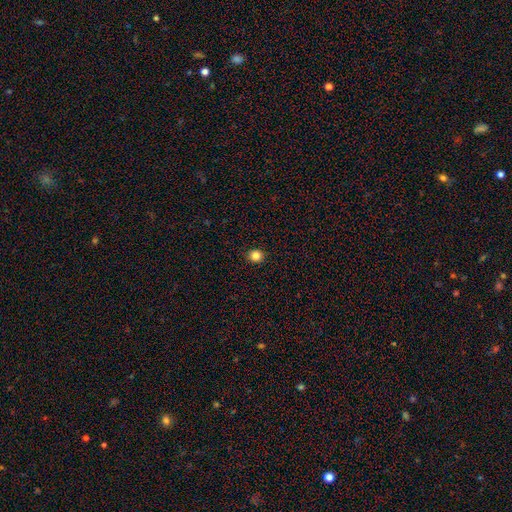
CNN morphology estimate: smooth-or-featured: smooth: 84% | star or artifact: 12% | featured or disk: 4%
  how-rounded: round: 82% | in between: 17% | cigar-shaped: 1%
  merging: none: 92% | minor disturbance: 5% | major disturbance: 2% | merger: 1%